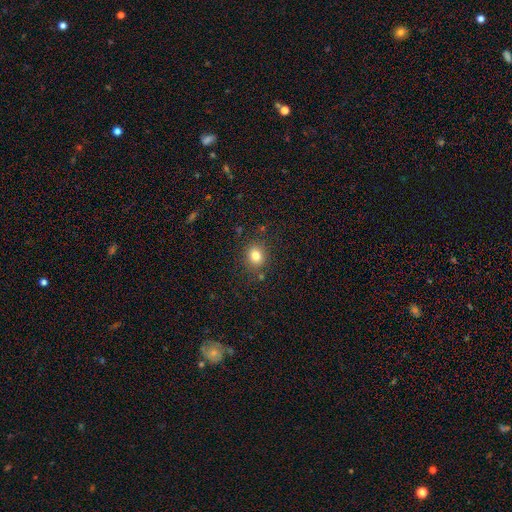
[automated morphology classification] Overall: smooth (81%). How rounded: round (69%; in between 30%). Merging: none (83%).